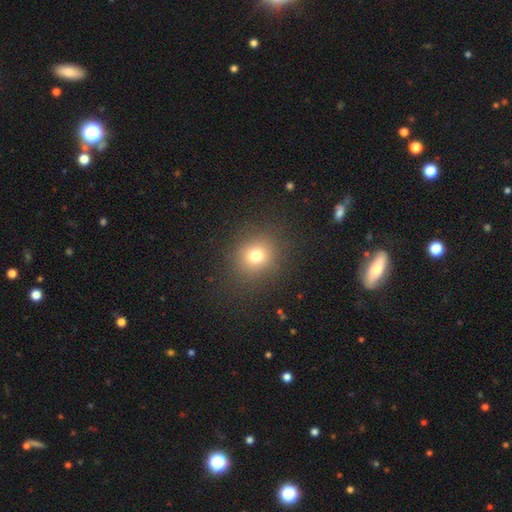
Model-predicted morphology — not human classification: smooth_or_featured: smooth (p=0.74) [alt: star or artifact p=0.18]
how_rounded: round (p=0.83) [alt: in between p=0.16]
merging: none (p=0.87) [alt: minor disturbance p=0.07]